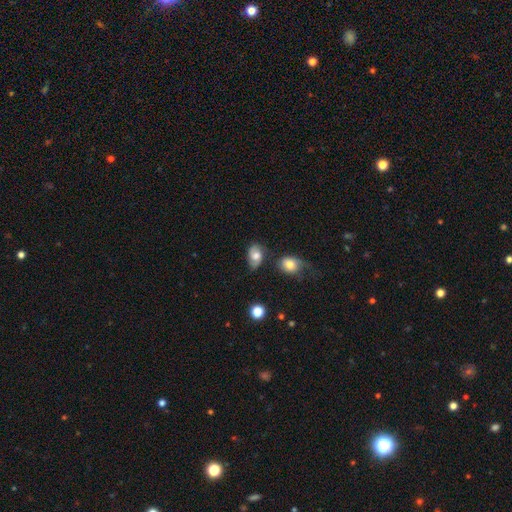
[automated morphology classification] This is likely a smooth galaxy (60%). How rounded: clearly in between (83%). Merging: possibly none (59%).